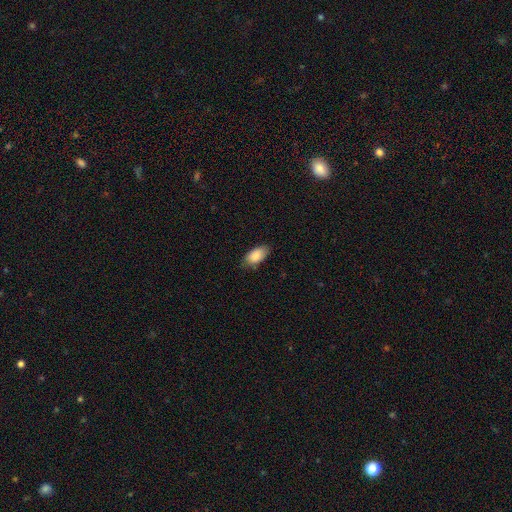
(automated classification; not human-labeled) Overall: smooth (88%). How rounded: in between (94%). Merging: none (75%).